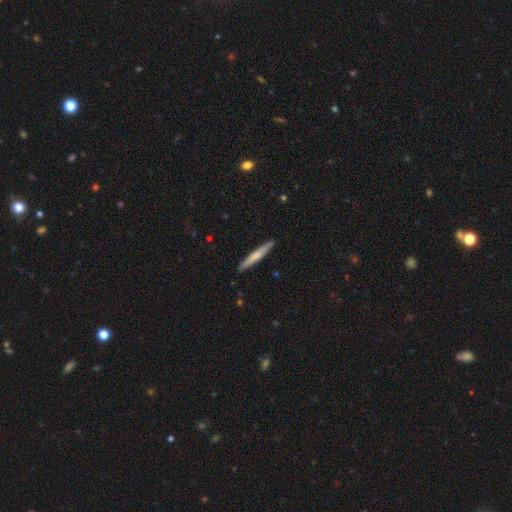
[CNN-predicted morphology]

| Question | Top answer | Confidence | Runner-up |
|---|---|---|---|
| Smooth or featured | smooth | 61% | featured or disk (34%) |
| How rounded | cigar-shaped | 96% | in between (3%) |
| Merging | none | 91% | minor disturbance (7%) |